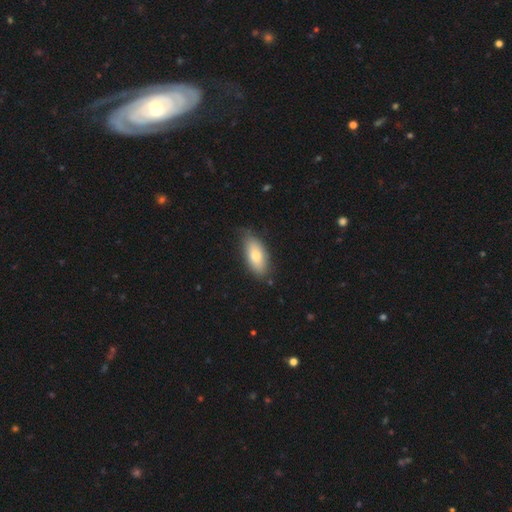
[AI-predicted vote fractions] Smooth or featured: smooth — 74% (featured or disk — 19%)
How rounded: in between — 86% (cigar-shaped — 11%)
Merging: none — 75% (minor disturbance — 20%)